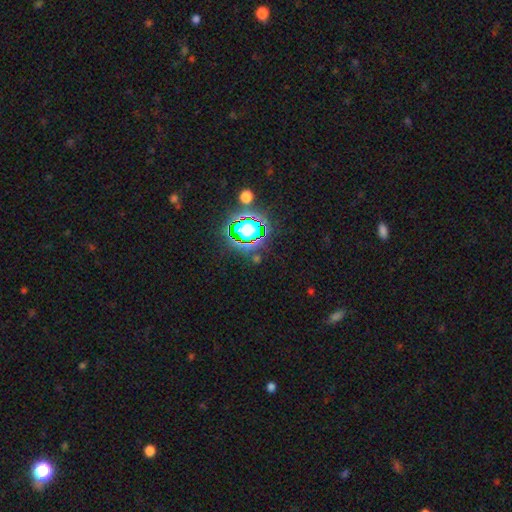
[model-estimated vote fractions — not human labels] A star or artifact, not a galaxy (71%).